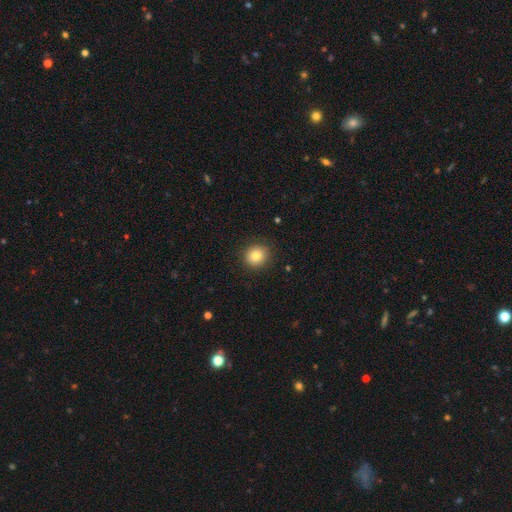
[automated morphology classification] smooth_or_featured: smooth (p=0.82) [alt: star or artifact p=0.11]
how_rounded: round (p=0.88) [alt: in between p=0.11]
merging: none (p=0.90) [alt: minor disturbance p=0.07]